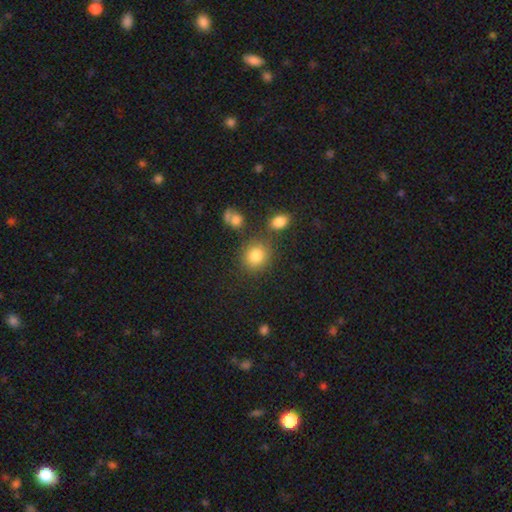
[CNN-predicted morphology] Smooth or featured? smooth (81%)
How rounded? round (76%)
Merging? none (74%)